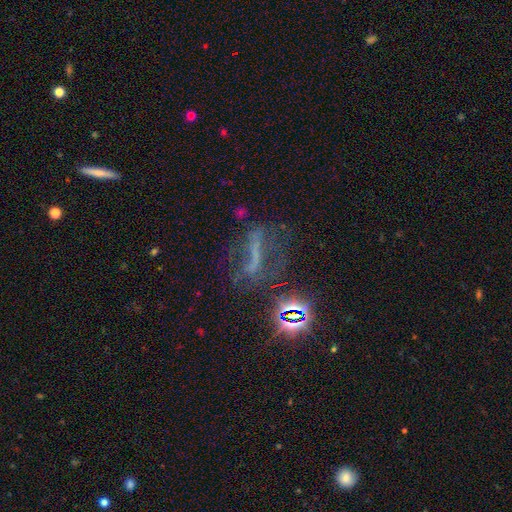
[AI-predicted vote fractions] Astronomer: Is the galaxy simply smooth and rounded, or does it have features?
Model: featured or disk — 43% (runner-up: star or artifact, 38%).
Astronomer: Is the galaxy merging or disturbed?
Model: none — 47% (runner-up: major disturbance, 26%).